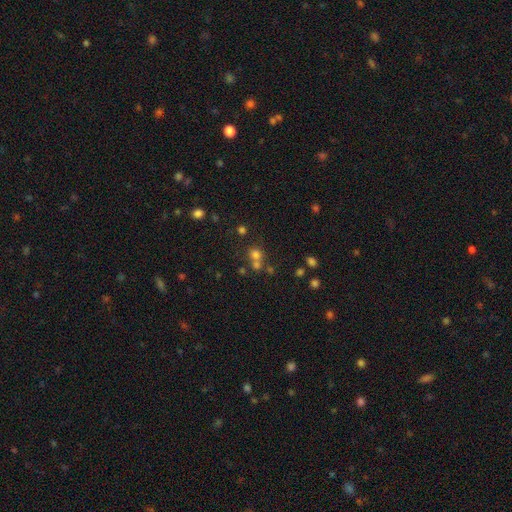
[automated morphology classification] smooth_or_featured: smooth (p=0.60) [alt: star or artifact p=0.28]
how_rounded: round (p=0.85) [alt: in between p=0.14]
merging: none (p=0.53) [alt: merger p=0.36]